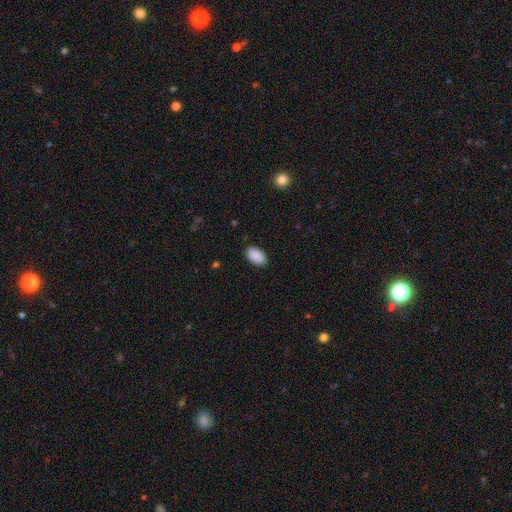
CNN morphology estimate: smooth 91%, star or artifact 7%, featured or disk 3%. Down the decision tree: how rounded — in between (94%); merging — none (88%).